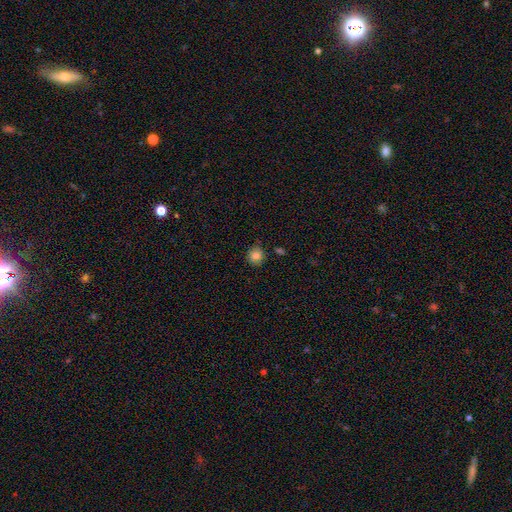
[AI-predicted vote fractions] smooth_or_featured: smooth (p=0.83) [alt: star or artifact p=0.10]
how_rounded: round (p=0.87) [alt: in between p=0.12]
merging: none (p=0.82) [alt: minor disturbance p=0.12]